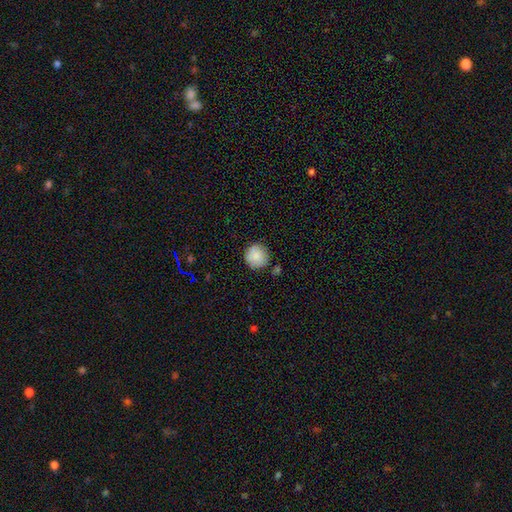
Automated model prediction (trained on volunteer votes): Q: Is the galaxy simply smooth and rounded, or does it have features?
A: smooth — 87%.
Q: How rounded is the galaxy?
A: round — 93%.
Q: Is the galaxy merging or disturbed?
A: none — 81%.